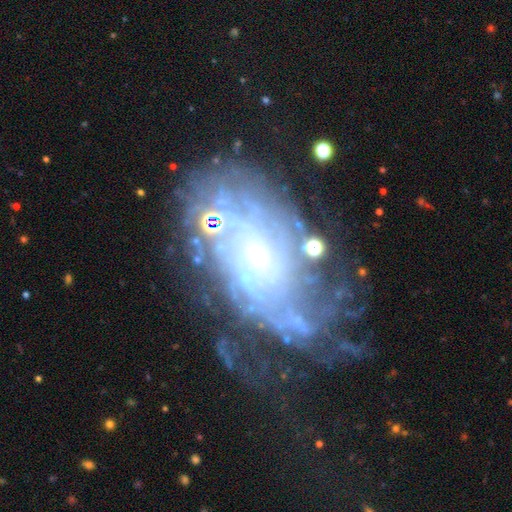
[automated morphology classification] Smooth or featured? Predicted: featured or disk (p=0.85). Edge-on disk? Predicted: no (p=0.96). Bar? Predicted: no (p=0.70). Spiral arms? Predicted: yes (p=0.93). Spiral winding? Predicted: tight (p=0.63). Spiral arm count? Predicted: can't tell (p=0.39). Bulge size? Predicted: small (p=0.75). Merging? Predicted: none (p=0.47).